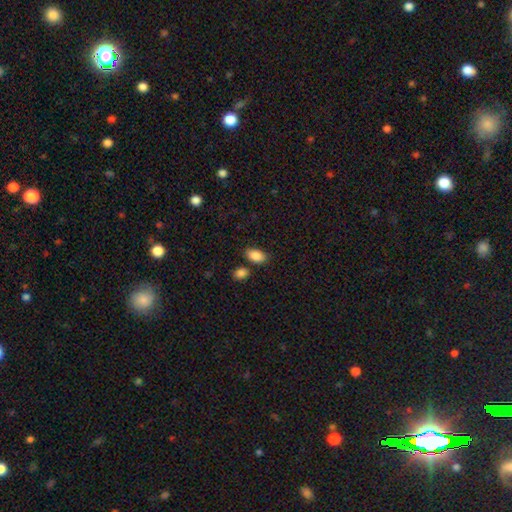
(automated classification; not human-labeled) Smooth or featured? Predicted: smooth (p=0.89). How rounded? Predicted: in between (p=0.91). Merging? Predicted: none (p=0.76).